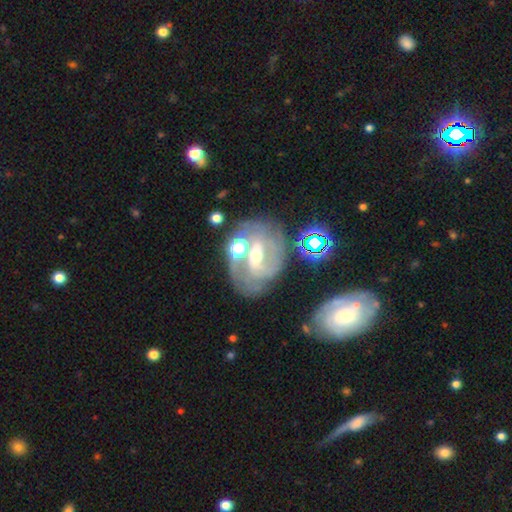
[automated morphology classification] This is likely a featured or disk galaxy (77%). It is clearly not viewed edge-on (96%). Bar: marginally weak (41%). Spiral arm pattern: clearly yes (82%). Spiral arm count: possibly 2 (47%). Spiral winding: possibly tight (48%). Central bulge: possibly moderate (50%). Merging: possibly none (55%).